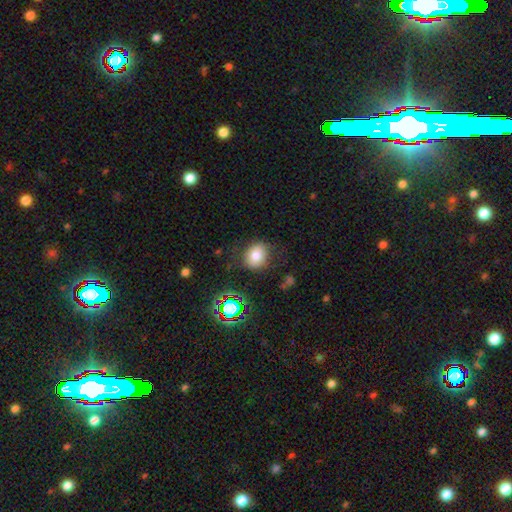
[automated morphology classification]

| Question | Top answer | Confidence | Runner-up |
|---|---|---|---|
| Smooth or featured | smooth | 73% | star or artifact (14%) |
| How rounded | round | 67% | in between (32%) |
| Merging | none | 75% | minor disturbance (15%) |